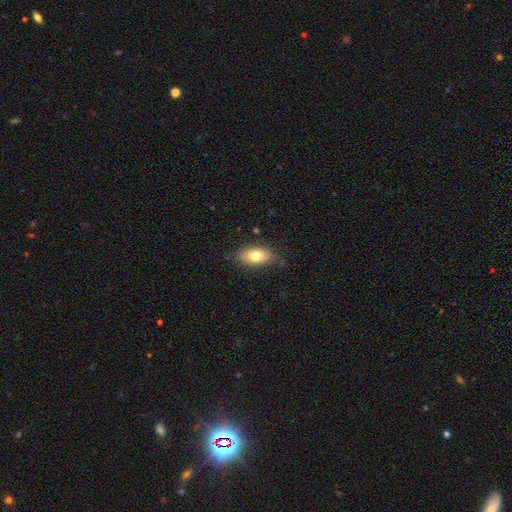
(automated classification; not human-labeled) Smooth or featured?
  - smooth: 74% *
  - featured or disk: 18%
  - star or artifact: 7%
How rounded?
  - in between: 88% *
  - cigar-shaped: 6%
  - round: 6%
Merging?
  - none: 80% *
  - minor disturbance: 16%
  - major disturbance: 3%
  - merger: 1%